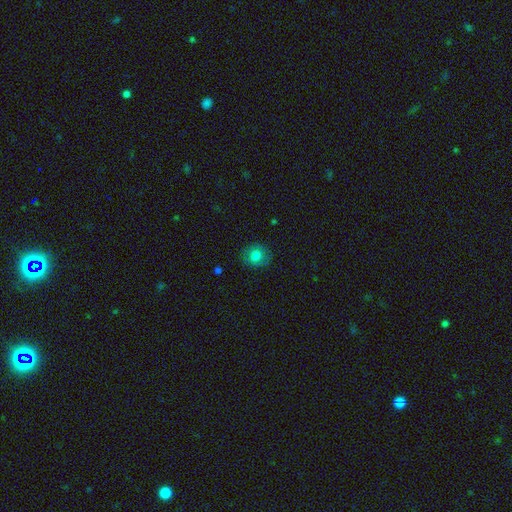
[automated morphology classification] This is likely a smooth galaxy (79%). How rounded: clearly round (82%). Merging: clearly none (87%).